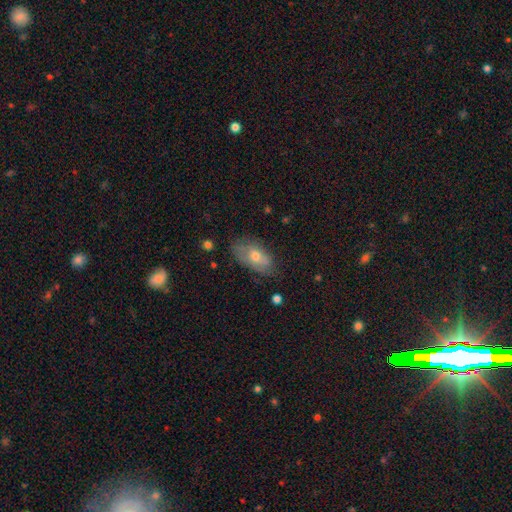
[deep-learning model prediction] Overall: smooth (58%; featured or disk 33%). How rounded: in between (90%). Merging: none (68%).